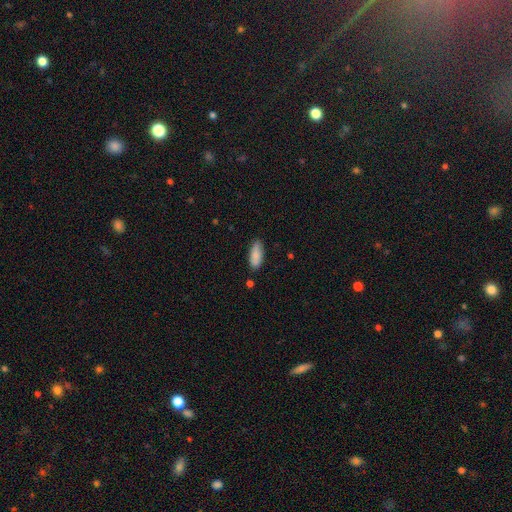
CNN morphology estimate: smooth 85%, featured or disk 9%, star or artifact 6%. Down the decision tree: how rounded — in between (77%); merging — none (81%).